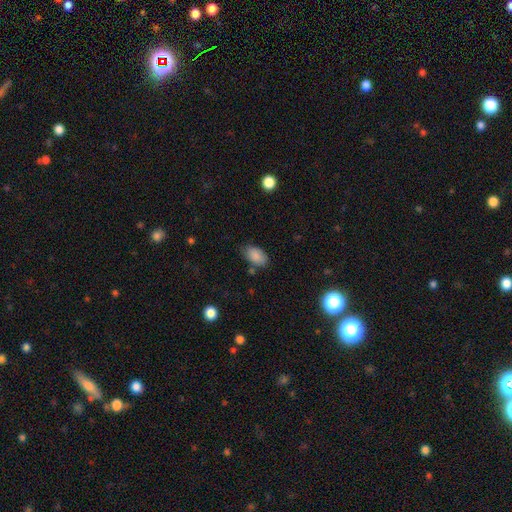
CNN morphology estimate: smooth_or_featured: smooth (p=0.86) [alt: star or artifact p=0.08]
how_rounded: in between (p=0.92) [alt: round p=0.06]
merging: none (p=0.71) [alt: minor disturbance p=0.21]